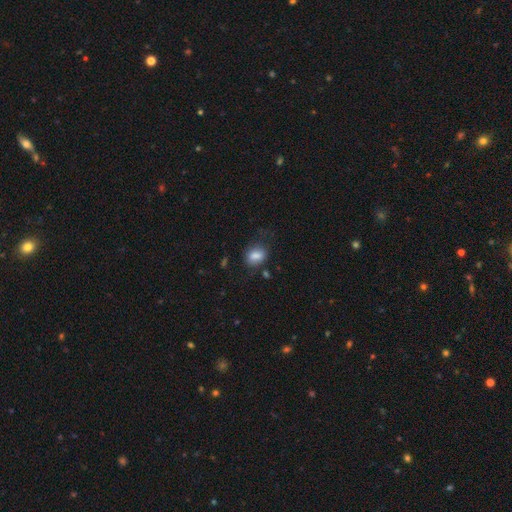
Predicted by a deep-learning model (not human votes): Q: Smooth or featured?
A: smooth (81%); runner-up: featured or disk (10%)
Q: How rounded?
A: in between (63%); runner-up: round (35%)
Q: Merging?
A: none (61%); runner-up: minor disturbance (23%)